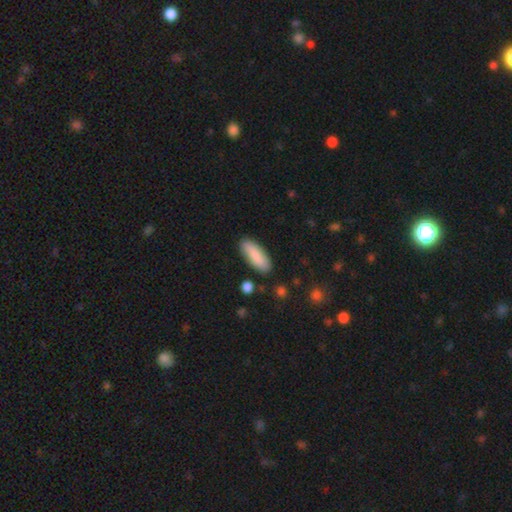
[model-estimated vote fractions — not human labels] The model was most divided on "how rounded": in between: 64%, cigar-shaped: 35%, round: 2%. More confident: smooth or featured — smooth (86%); merging — none (85%).